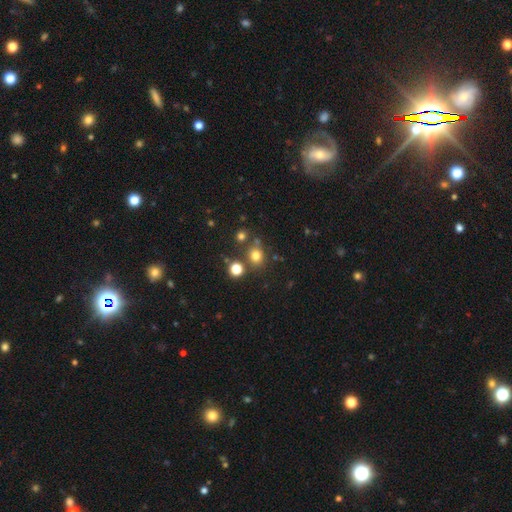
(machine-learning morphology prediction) This is likely a smooth galaxy (75%). How rounded: likely round (78%). Merging: likely none (74%).